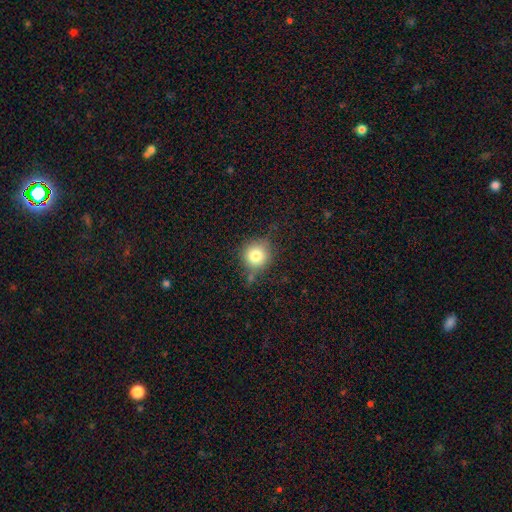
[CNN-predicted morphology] Q: Smooth or featured?
A: smooth (79%); runner-up: star or artifact (11%)
Q: How rounded?
A: round (91%); runner-up: in between (8%)
Q: Merging?
A: none (73%); runner-up: minor disturbance (18%)